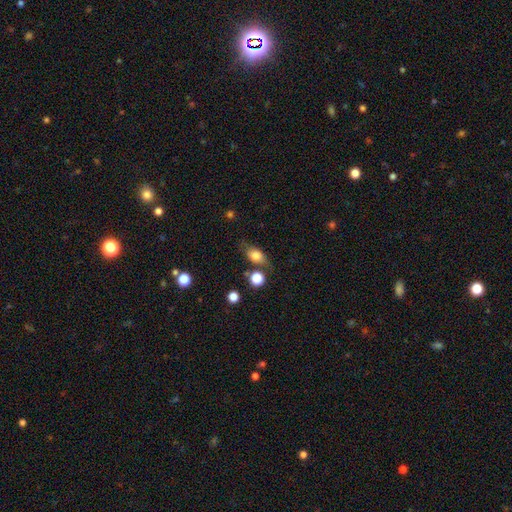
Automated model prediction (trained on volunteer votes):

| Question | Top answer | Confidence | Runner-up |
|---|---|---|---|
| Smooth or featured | smooth | 72% | featured or disk (19%) |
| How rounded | in between | 74% | round (18%) |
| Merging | none | 66% | minor disturbance (19%) |